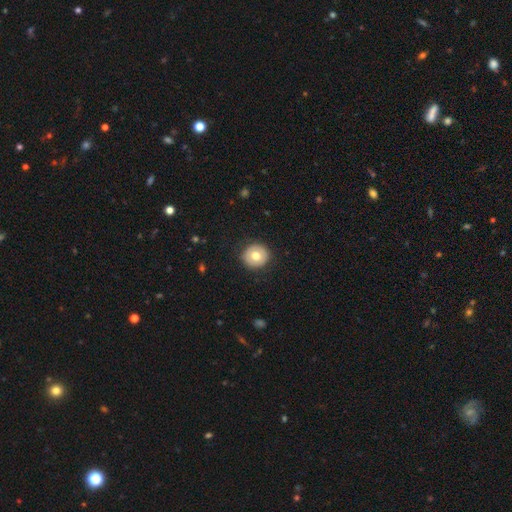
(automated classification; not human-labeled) Smooth or featured?
  - smooth: 68% *
  - featured or disk: 24%
  - star or artifact: 8%
How rounded?
  - round: 93% *
  - in between: 6%
  - cigar-shaped: 1%
Merging?
  - none: 90% *
  - minor disturbance: 7%
  - major disturbance: 2%
  - merger: 1%